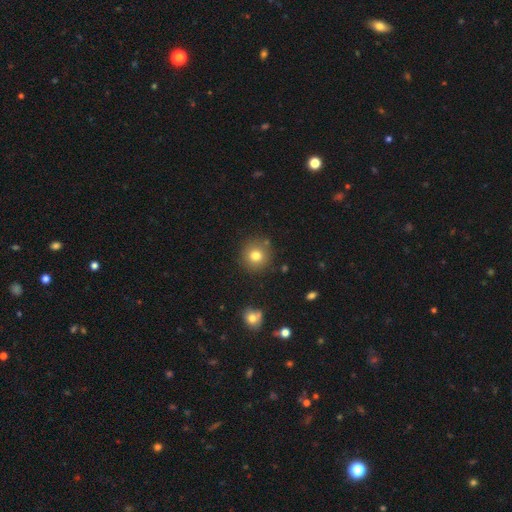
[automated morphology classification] smooth 78%, star or artifact 13%, featured or disk 9%. Down the decision tree: how rounded — round (93%); merging — none (85%).